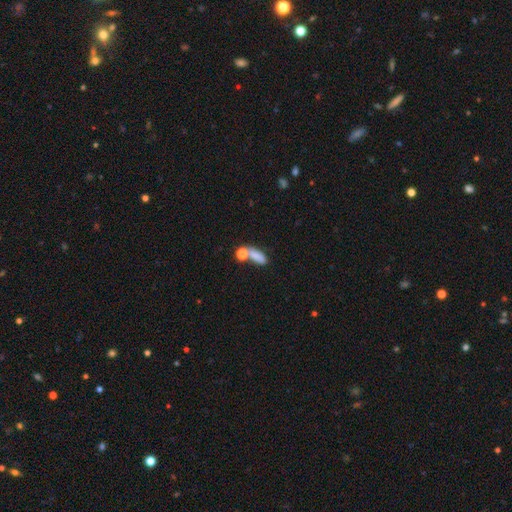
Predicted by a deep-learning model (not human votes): Smooth or featured?
  - smooth: 77% *
  - star or artifact: 12%
  - featured or disk: 11%
How rounded?
  - in between: 66% *
  - cigar-shaped: 21%
  - round: 12%
Merging?
  - none: 45% *
  - merger: 32%
  - minor disturbance: 14%
  - major disturbance: 9%